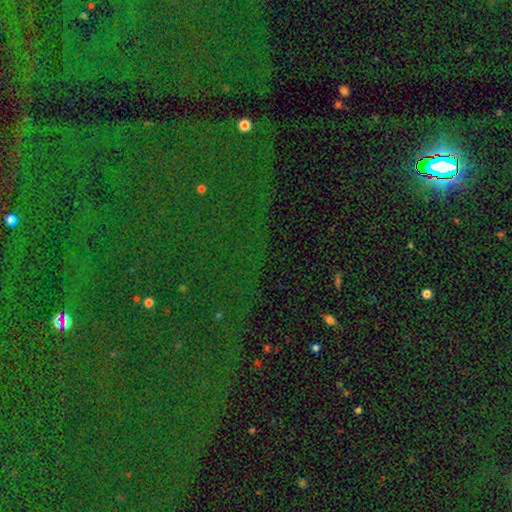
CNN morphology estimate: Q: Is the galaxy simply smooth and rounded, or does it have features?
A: star or artifact — 85%.